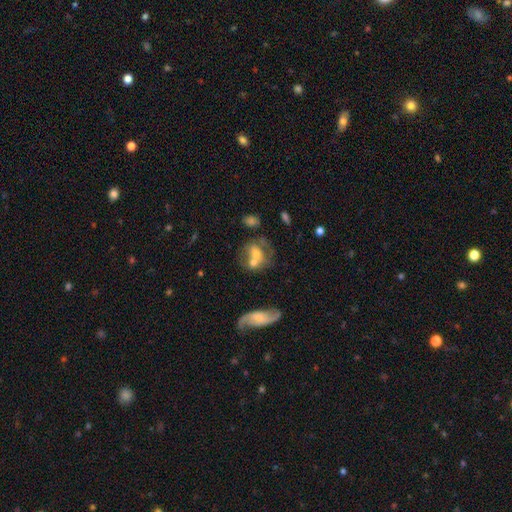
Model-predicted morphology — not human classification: A smooth galaxy with no disk features (46%).

Vote fractions:
- Smooth or featured? smooth: 46% / featured or disk: 44% / star or artifact: 10%
- Merging? merger: 48% / none: 30% / minor disturbance: 13% / major disturbance: 9%